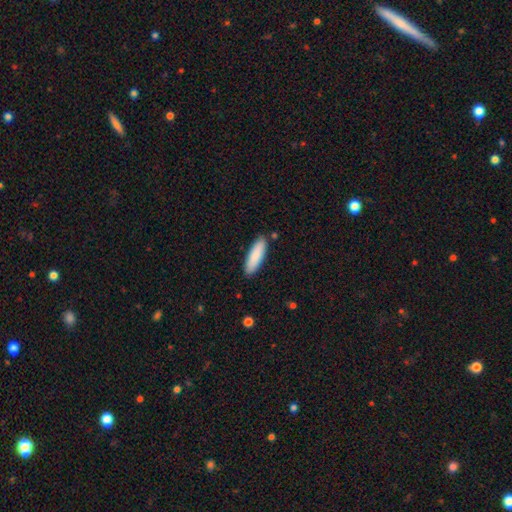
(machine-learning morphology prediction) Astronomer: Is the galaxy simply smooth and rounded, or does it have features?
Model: smooth — 88%.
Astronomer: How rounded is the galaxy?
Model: cigar-shaped — 54% (runner-up: in between, 44%).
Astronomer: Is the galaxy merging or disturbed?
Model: none — 87%.